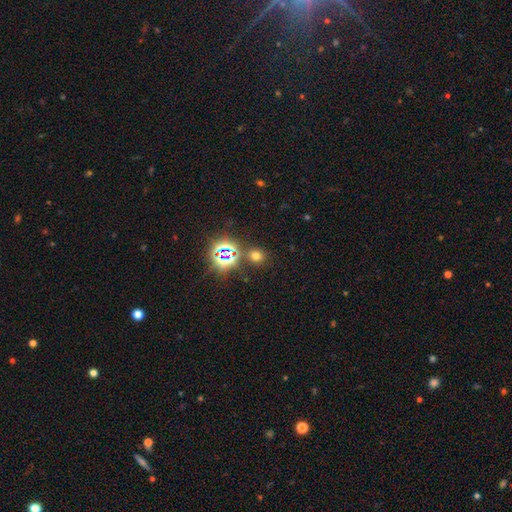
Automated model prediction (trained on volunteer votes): smooth_or_featured: smooth (p=0.60) [alt: star or artifact p=0.34]
how_rounded: round (p=0.78) [alt: in between p=0.21]
merging: none (p=0.81) [alt: minor disturbance p=0.08]